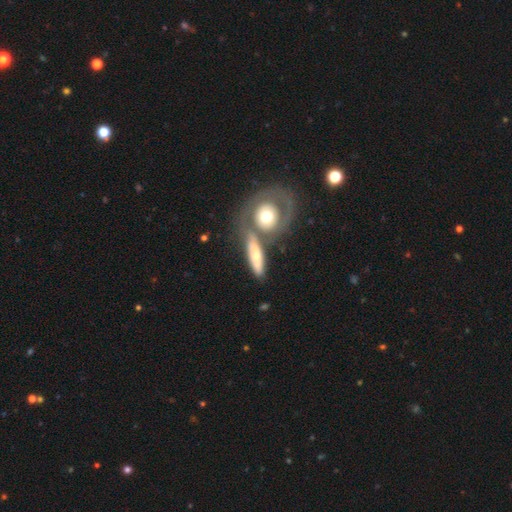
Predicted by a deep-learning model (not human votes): Morphology: type=smooth (54%); roundness=cigar-shaped (49%); merging=none (51%).